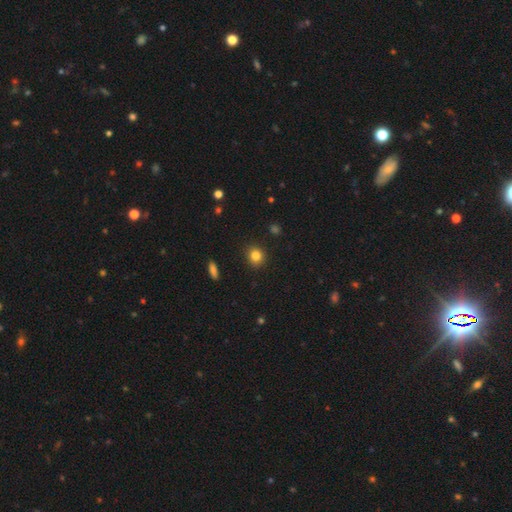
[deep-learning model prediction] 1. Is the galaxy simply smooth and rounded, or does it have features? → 83% smooth, 11% star or artifact, 6% featured or disk.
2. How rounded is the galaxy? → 86% round, 13% in between, 1% cigar-shaped.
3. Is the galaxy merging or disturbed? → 91% none, 6% minor disturbance, 2% major disturbance, 1% merger.